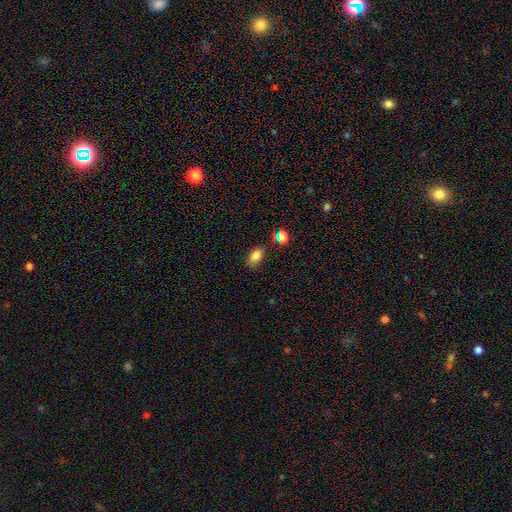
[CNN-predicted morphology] This is clearly a smooth galaxy (82%). How rounded: clearly in between (85%). Merging: likely none (71%).